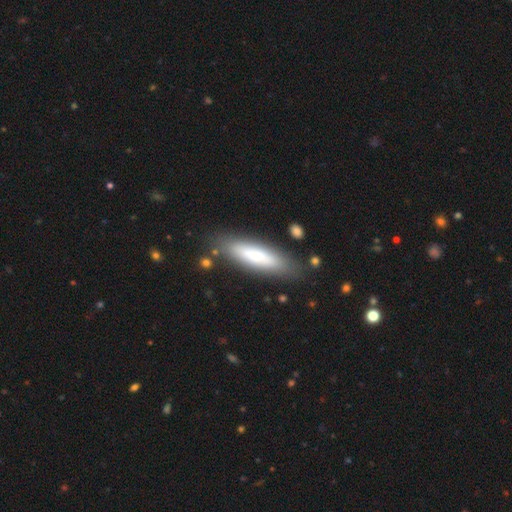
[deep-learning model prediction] Morphology: type=smooth (72%); roundness=cigar-shaped (63%); merging=none (82%).